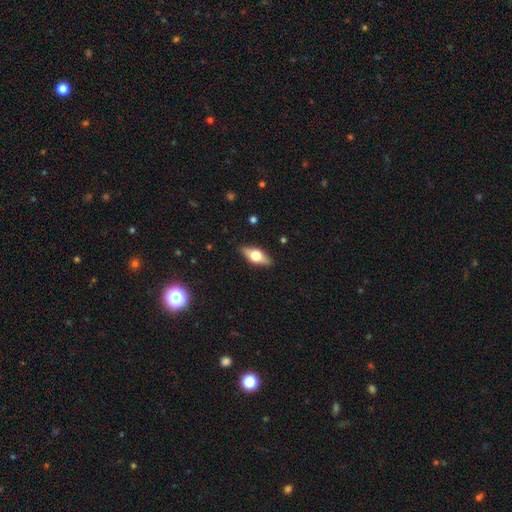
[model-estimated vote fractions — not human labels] Smooth or featured? smooth (49%)
Merging? none (87%)